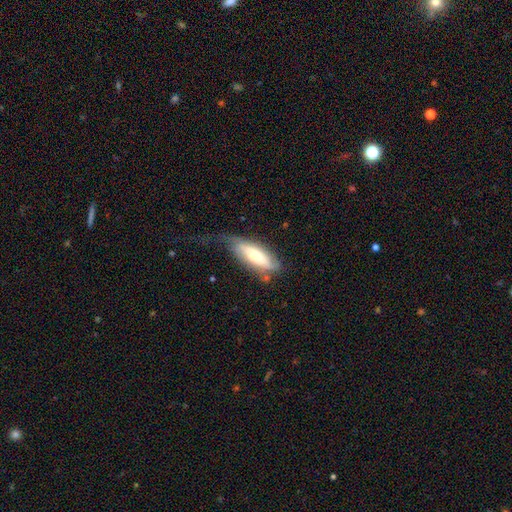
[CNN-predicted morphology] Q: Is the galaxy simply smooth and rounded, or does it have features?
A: smooth — 57%.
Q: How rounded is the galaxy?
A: in between — 64%.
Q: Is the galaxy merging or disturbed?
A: none — 34%.